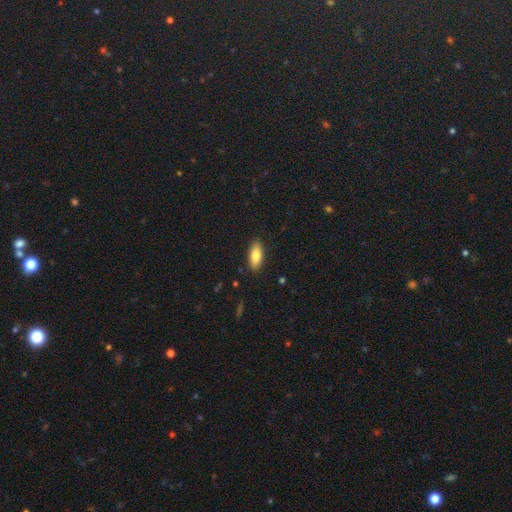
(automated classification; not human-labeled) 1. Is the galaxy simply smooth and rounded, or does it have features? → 81% smooth, 13% featured or disk, 7% star or artifact.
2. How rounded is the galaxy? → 78% in between, 19% cigar-shaped, 2% round.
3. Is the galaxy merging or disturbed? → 88% none, 9% minor disturbance, 2% major disturbance, 1% merger.